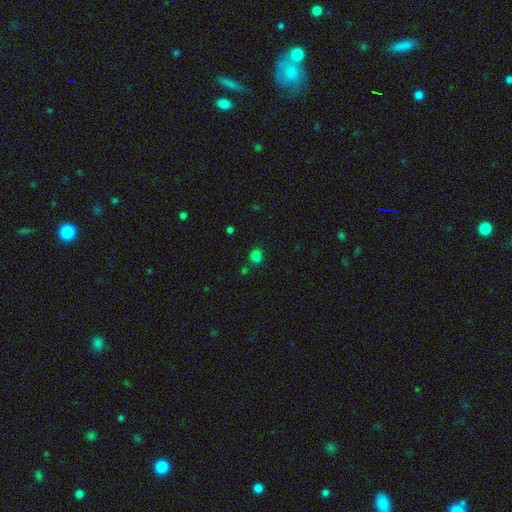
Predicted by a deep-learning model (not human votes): Smooth or featured? Predicted: smooth (p=0.74). How rounded? Predicted: round (p=0.66). Merging? Predicted: none (p=0.65).